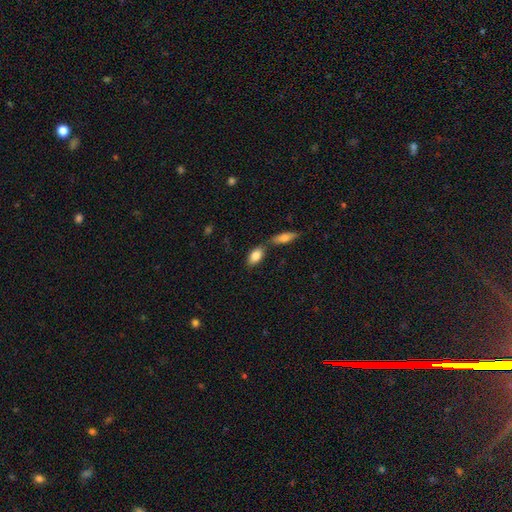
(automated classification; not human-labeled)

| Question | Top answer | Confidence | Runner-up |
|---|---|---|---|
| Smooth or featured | smooth | 82% | featured or disk (11%) |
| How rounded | in between | 89% | cigar-shaped (6%) |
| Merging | none | 62% | merger (23%) |